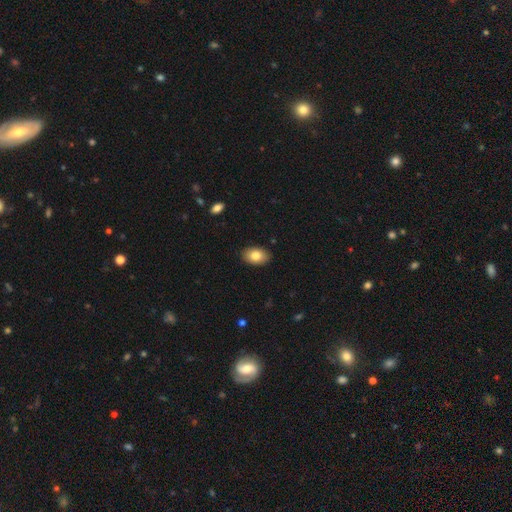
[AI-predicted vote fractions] smooth 80%, featured or disk 12%, star or artifact 8%. Down the decision tree: how rounded — in between (87%); merging — none (89%).